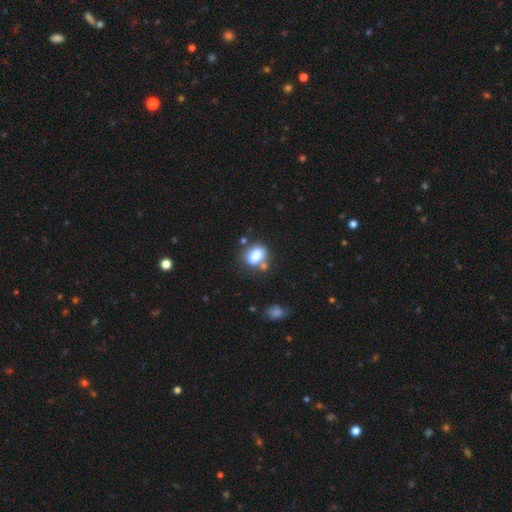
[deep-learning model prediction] This is likely a smooth galaxy (79%). How rounded: likely in between (66%). Merging: likely none (62%).